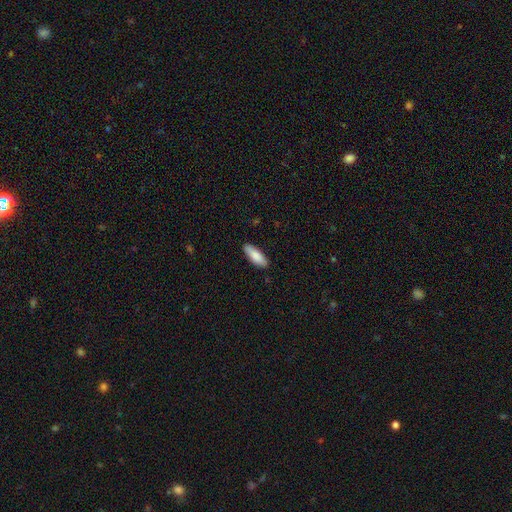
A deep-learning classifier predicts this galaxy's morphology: A smooth galaxy with no disk features (86%) that is in between round and cigar-shaped (63%).

Vote fractions:
- Smooth or featured? smooth: 86% / featured or disk: 9% / star or artifact: 5%
- How rounded? in between: 63% / cigar-shaped: 35% / round: 2%
- Merging? none: 87% / minor disturbance: 10% / major disturbance: 2% / merger: 1%